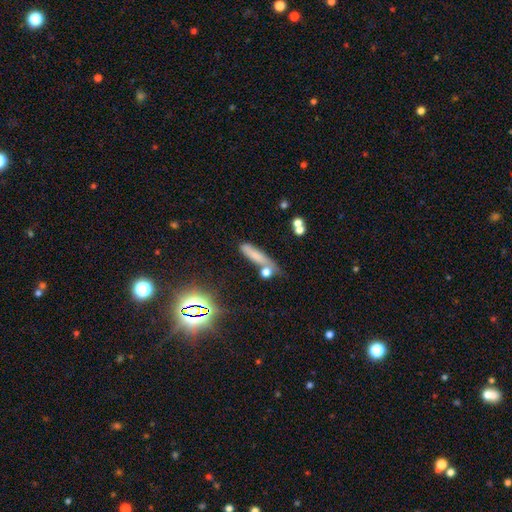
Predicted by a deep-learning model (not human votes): smooth 66%, star or artifact 18%, featured or disk 17%. Down the decision tree: how rounded — cigar-shaped (77%); merging — none (59%).